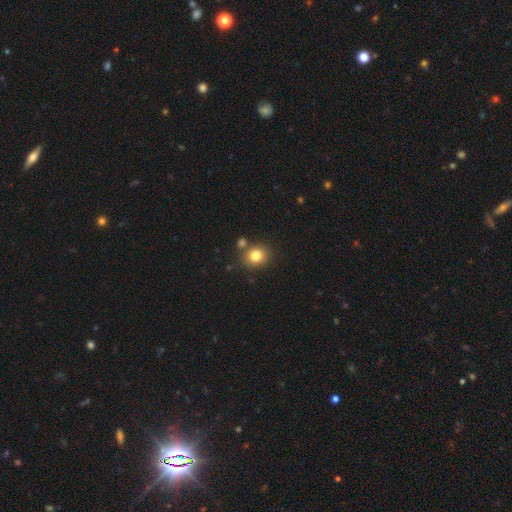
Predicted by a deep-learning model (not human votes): This appears to be a smooth galaxy with no disk features (80%) that is round (71%). Merging: none (74%).